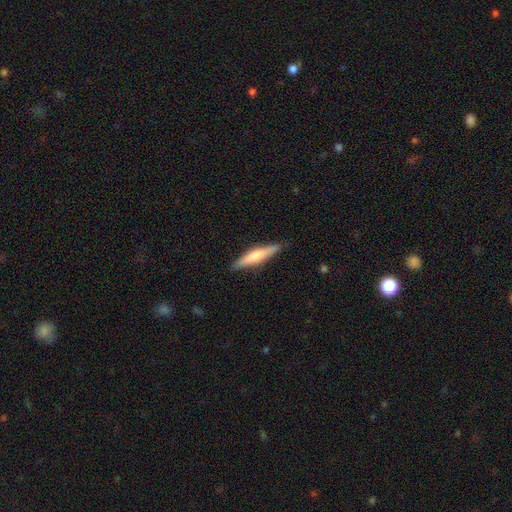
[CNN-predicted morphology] The model was most divided on "smooth or featured": smooth: 55%, featured or disk: 40%, star or artifact: 5%. More confident: merging — none (88%); how rounded — cigar-shaped (87%).